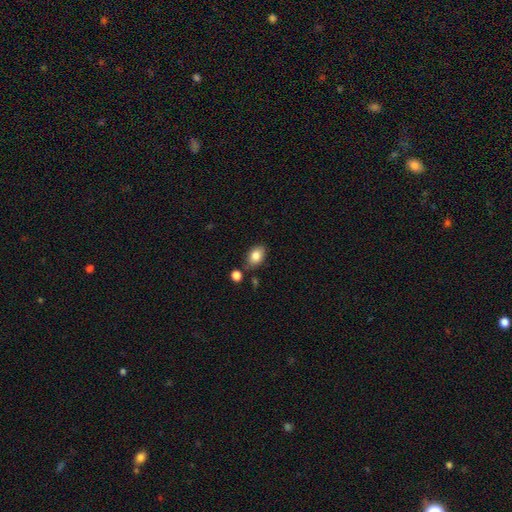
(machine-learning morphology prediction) Smooth or featured: smooth — 84% (star or artifact — 8%)
How rounded: in between — 82% (round — 17%)
Merging: none — 77% (minor disturbance — 13%)